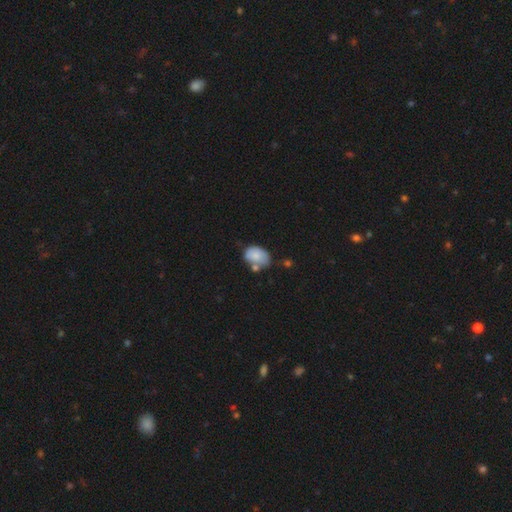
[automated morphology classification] Overall: smooth (77%). How rounded: in between (79%). Merging: none (40%; minor disturbance 29%).